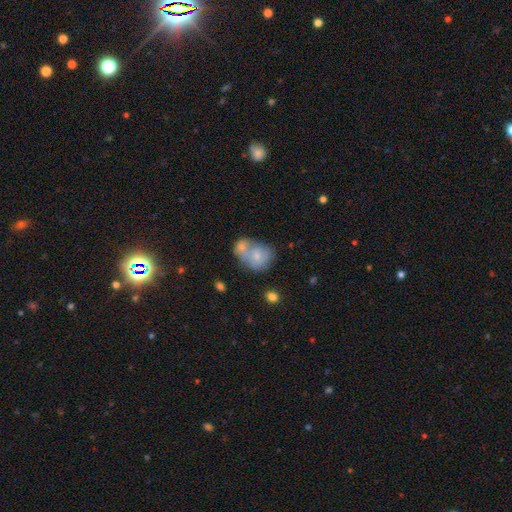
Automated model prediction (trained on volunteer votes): Morphology: type=smooth (66%); roundness=round (52%); merging=merger (63%).